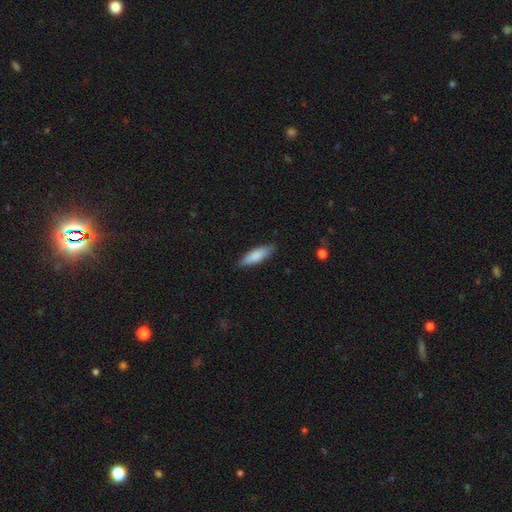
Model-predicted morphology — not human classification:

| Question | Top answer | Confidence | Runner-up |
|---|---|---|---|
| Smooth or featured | smooth | 83% | featured or disk (12%) |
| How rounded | cigar-shaped | 51% | in between (47%) |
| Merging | none | 85% | minor disturbance (12%) |